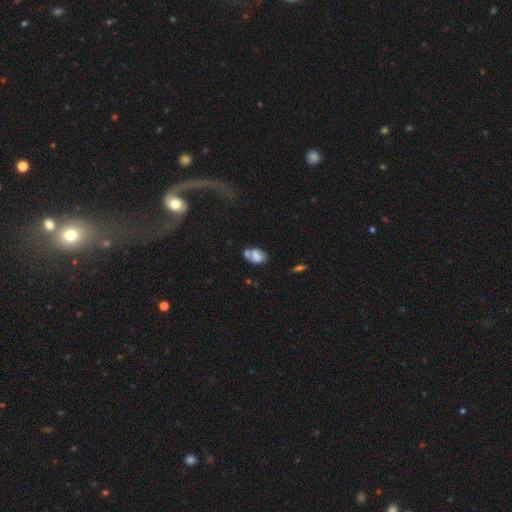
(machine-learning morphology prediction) smooth-or-featured: smooth: 64% | featured or disk: 26% | star or artifact: 10%
  how-rounded: in between: 85% | round: 14% | cigar-shaped: 2%
  merging: merger: 38% | none: 34% | minor disturbance: 19% | major disturbance: 8%